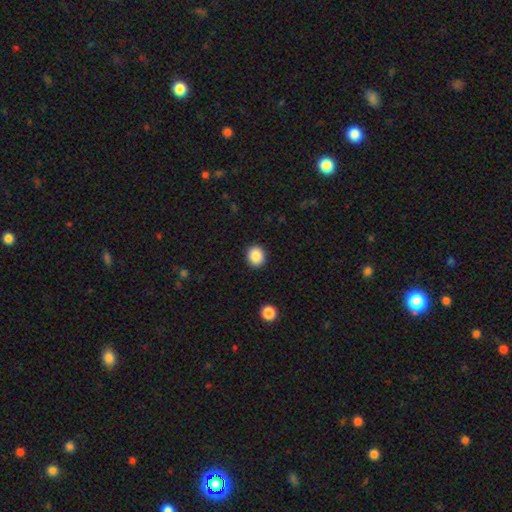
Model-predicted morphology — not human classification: A smooth galaxy with no disk features (88%) that is round (75%). Merging: none (91%).